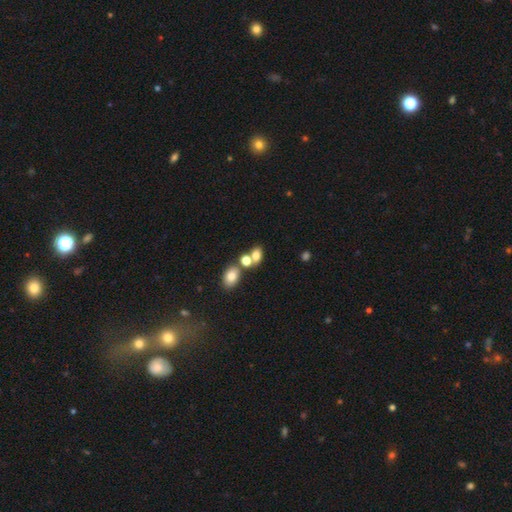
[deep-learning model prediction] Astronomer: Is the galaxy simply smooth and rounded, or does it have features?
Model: smooth — 75%.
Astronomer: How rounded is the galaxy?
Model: in between — 71%.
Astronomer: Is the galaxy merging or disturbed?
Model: merger — 43% (runner-up: none, 42%).